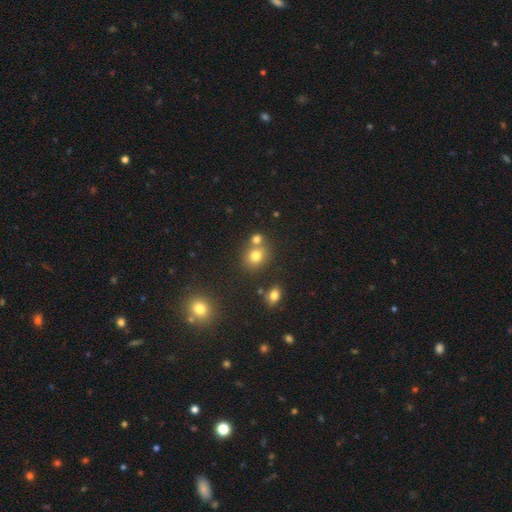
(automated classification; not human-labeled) Smooth or featured? smooth (76%)
How rounded? round (73%)
Merging? none (57%)